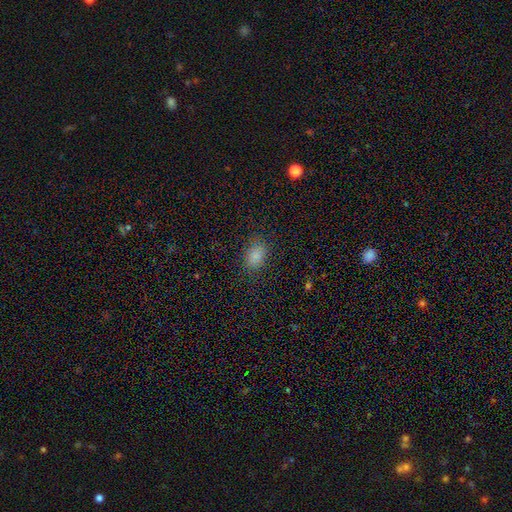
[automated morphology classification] Smooth or featured? smooth (84%)
How rounded? in between (80%)
Merging? none (84%)